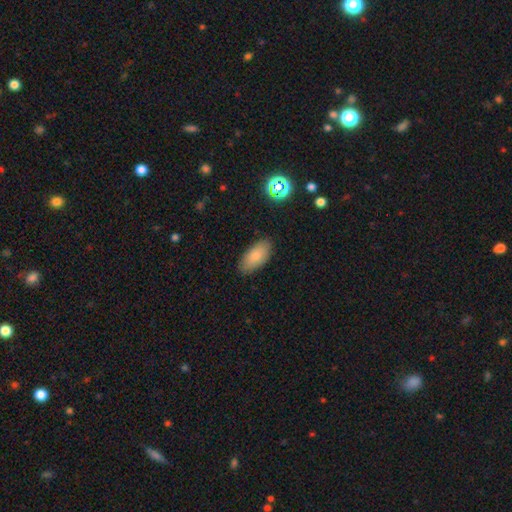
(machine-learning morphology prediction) smooth 82%, featured or disk 10%, star or artifact 8%. Down the decision tree: how rounded — in between (92%); merging — none (86%).